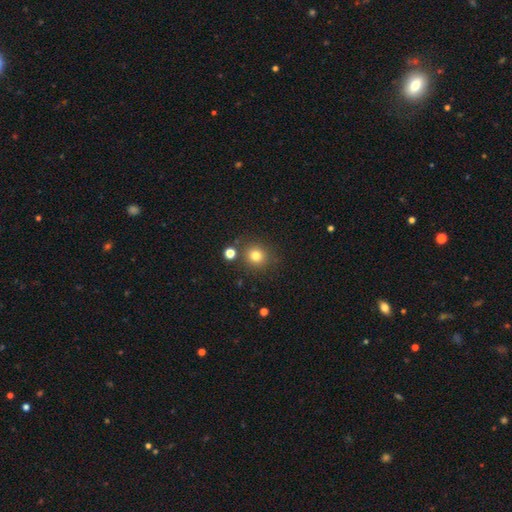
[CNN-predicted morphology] Smooth or featured: smooth — 79% (star or artifact — 14%)
How rounded: round — 88% (in between — 11%)
Merging: none — 80% (minor disturbance — 9%)